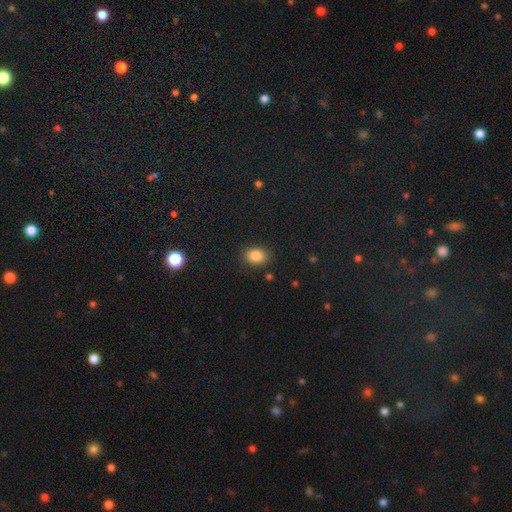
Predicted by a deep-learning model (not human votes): A smooth galaxy with no disk features (85%) that is in between round and cigar-shaped (66%).

Vote fractions:
- Smooth or featured? smooth: 85% / star or artifact: 10% / featured or disk: 5%
- How rounded? in between: 66% / round: 33% / cigar-shaped: 1%
- Merging? none: 86% / minor disturbance: 9% / major disturbance: 3% / merger: 2%